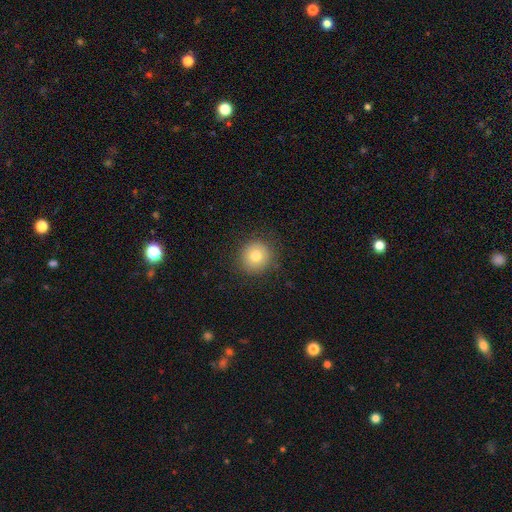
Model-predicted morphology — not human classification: smooth_or_featured: smooth (p=0.78) [alt: featured or disk p=0.12]
how_rounded: round (p=0.93) [alt: in between p=0.06]
merging: none (p=0.89) [alt: minor disturbance p=0.08]